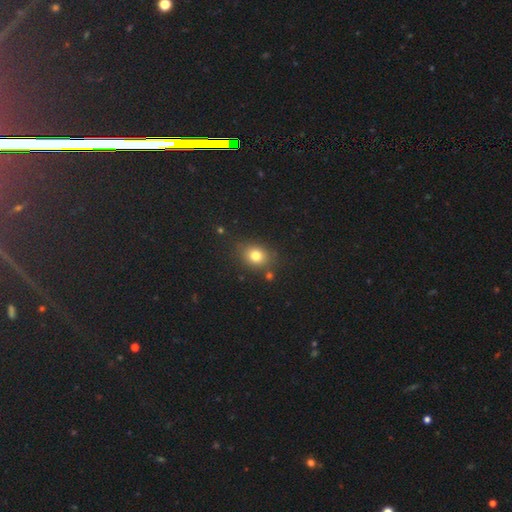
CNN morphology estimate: smooth_or_featured: smooth (p=0.79) [alt: star or artifact p=0.13]
how_rounded: round (p=0.51) [alt: in between p=0.48]
merging: none (p=0.81) [alt: minor disturbance p=0.12]